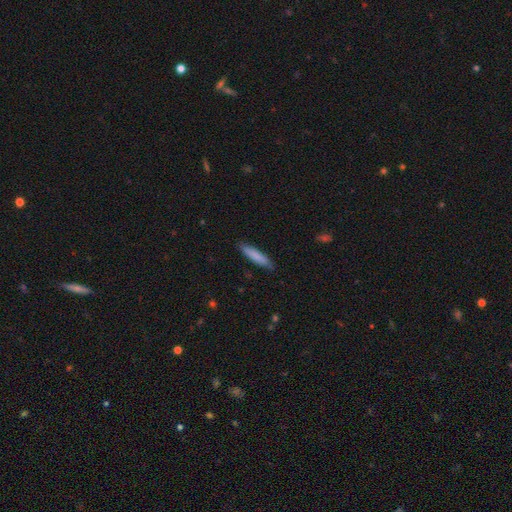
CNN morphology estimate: Q: Smooth or featured?
A: smooth (82%); runner-up: featured or disk (12%)
Q: How rounded?
A: cigar-shaped (85%); runner-up: in between (13%)
Q: Merging?
A: none (86%); runner-up: minor disturbance (11%)